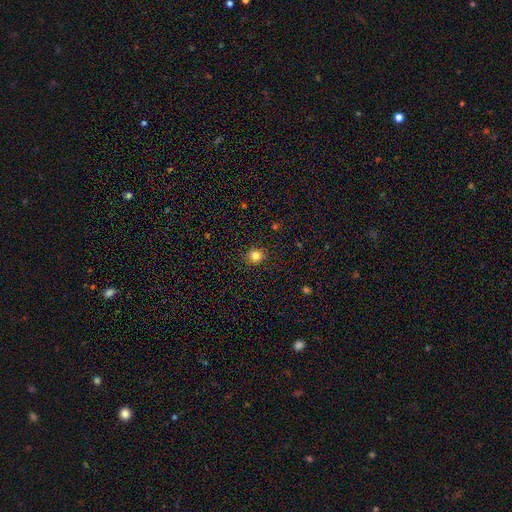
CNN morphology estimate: Smooth or featured? Predicted: smooth (p=0.83). How rounded? Predicted: round (p=0.84). Merging? Predicted: none (p=0.90).